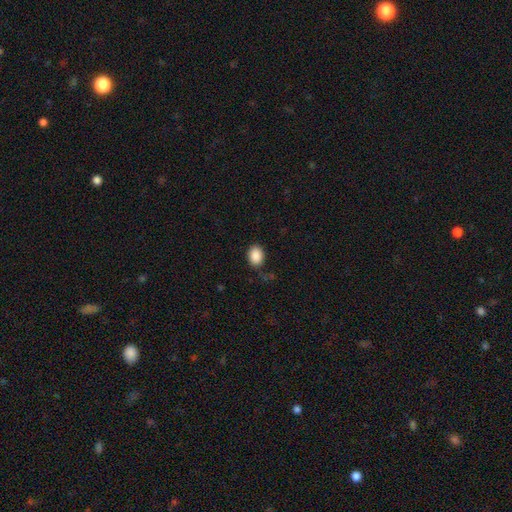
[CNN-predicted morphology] This is clearly a smooth galaxy (89%). How rounded: likely in between (67%). Merging: clearly none (81%).